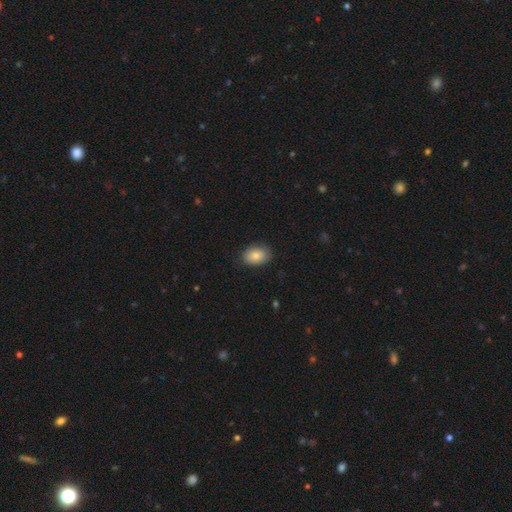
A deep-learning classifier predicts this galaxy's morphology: Smooth or featured: smooth — 85% (star or artifact — 8%)
How rounded: in between — 80% (round — 19%)
Merging: none — 85% (minor disturbance — 12%)